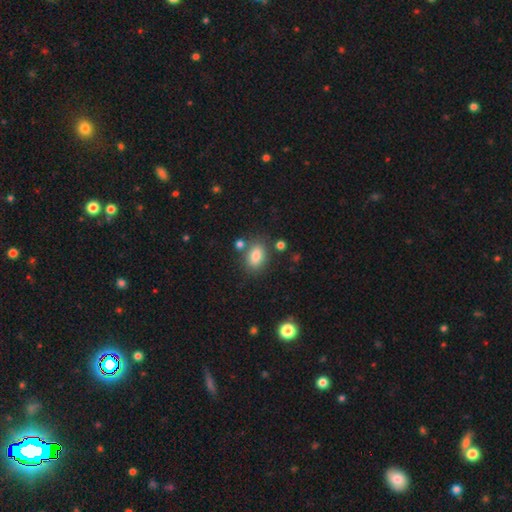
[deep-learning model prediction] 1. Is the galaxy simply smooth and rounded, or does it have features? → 83% smooth, 9% star or artifact, 8% featured or disk.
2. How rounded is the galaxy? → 83% in between, 15% round, 2% cigar-shaped.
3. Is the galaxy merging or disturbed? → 74% none, 13% minor disturbance, 9% merger, 4% major disturbance.